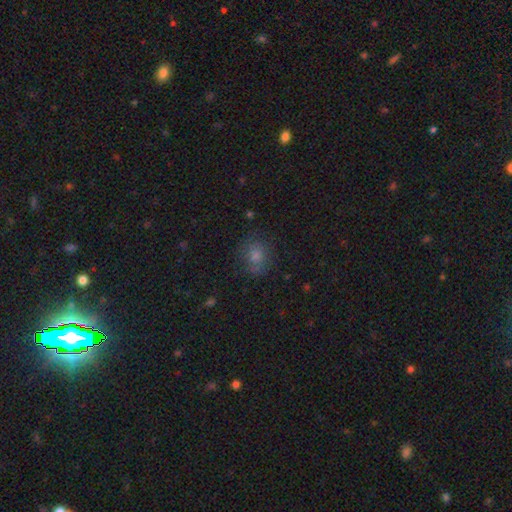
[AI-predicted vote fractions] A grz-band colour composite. It shows a smooth galaxy with no disk features (61%) that is round (67%). Merging: none (75%).